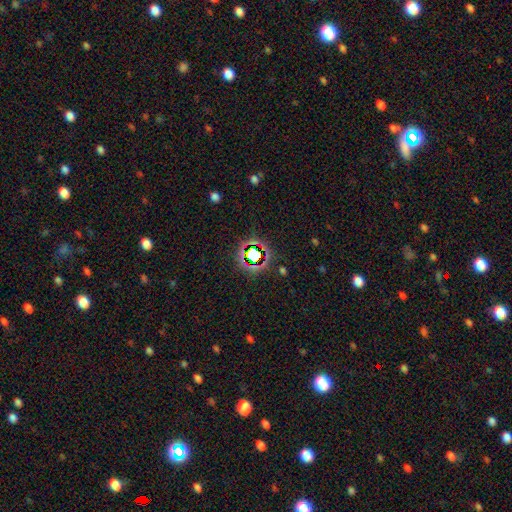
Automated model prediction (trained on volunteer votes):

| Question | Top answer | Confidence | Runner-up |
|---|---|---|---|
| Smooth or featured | star or artifact | 66% | smooth (23%) |